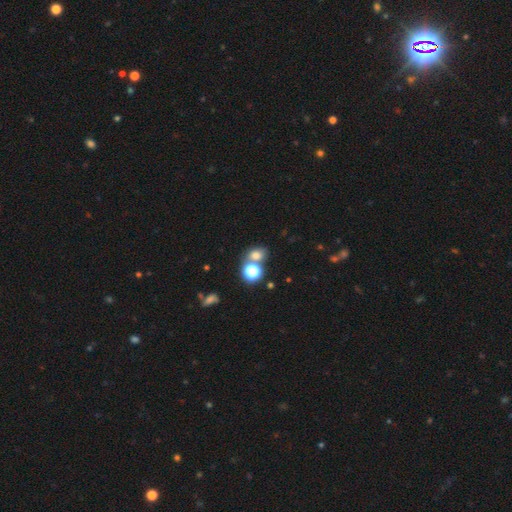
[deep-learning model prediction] Smooth or featured?
  - smooth: 68% *
  - star or artifact: 23%
  - featured or disk: 9%
How rounded?
  - round: 50% *
  - in between: 48%
  - cigar-shaped: 1%
Merging?
  - none: 56% *
  - merger: 29%
  - minor disturbance: 11%
  - major disturbance: 5%